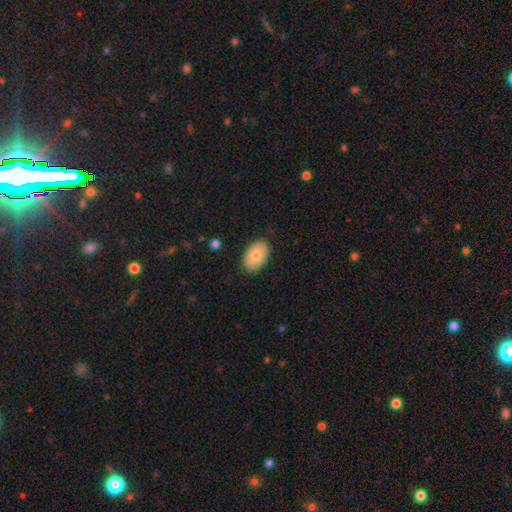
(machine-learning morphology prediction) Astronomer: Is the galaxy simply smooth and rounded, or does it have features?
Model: smooth — 80%.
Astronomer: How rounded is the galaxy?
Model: in between — 92%.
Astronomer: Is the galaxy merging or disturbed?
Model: none — 86%.